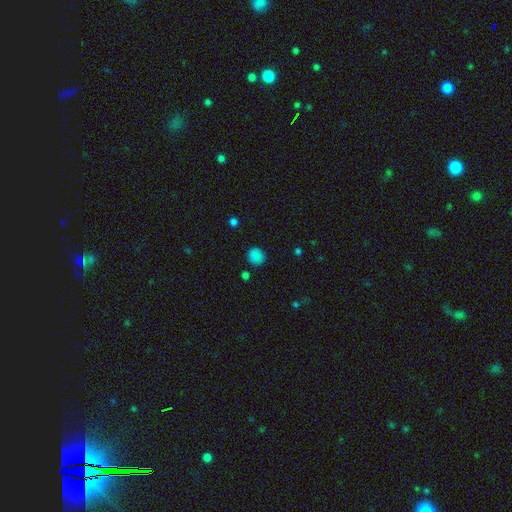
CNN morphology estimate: Q: Smooth or featured?
A: smooth (83%); runner-up: star or artifact (13%)
Q: How rounded?
A: round (81%); runner-up: in between (18%)
Q: Merging?
A: none (84%); runner-up: minor disturbance (10%)